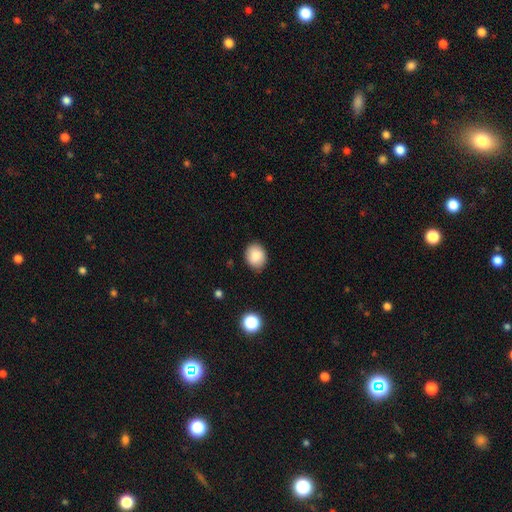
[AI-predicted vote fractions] Smooth or featured?
  - smooth: 86% *
  - star or artifact: 8%
  - featured or disk: 5%
How rounded?
  - round: 54% *
  - in between: 46%
  - cigar-shaped: 1%
Merging?
  - none: 85% *
  - minor disturbance: 12%
  - major disturbance: 2%
  - merger: 1%